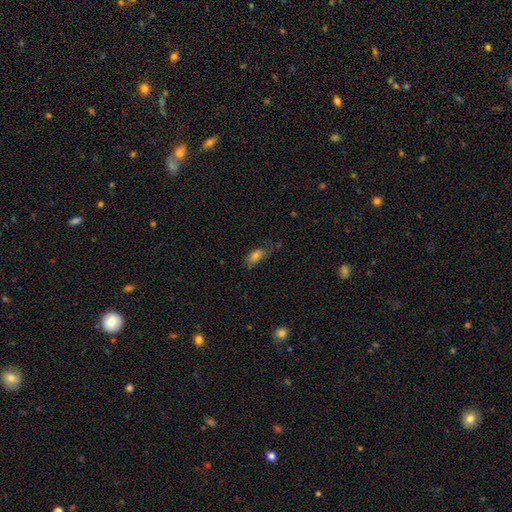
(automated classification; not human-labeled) smooth_or_featured: smooth (p=0.72) [alt: featured or disk p=0.15]
how_rounded: in between (p=0.85) [alt: cigar-shaped p=0.10]
merging: none (p=0.50) [alt: minor disturbance p=0.29]